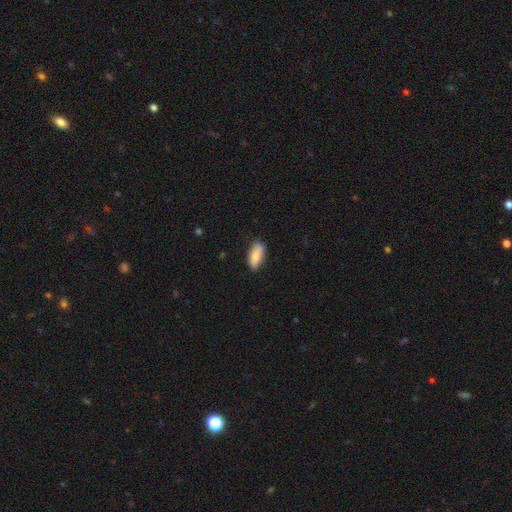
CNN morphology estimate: Q: Smooth or featured?
A: smooth (80%); runner-up: featured or disk (14%)
Q: How rounded?
A: in between (81%); runner-up: cigar-shaped (17%)
Q: Merging?
A: none (79%); runner-up: minor disturbance (17%)